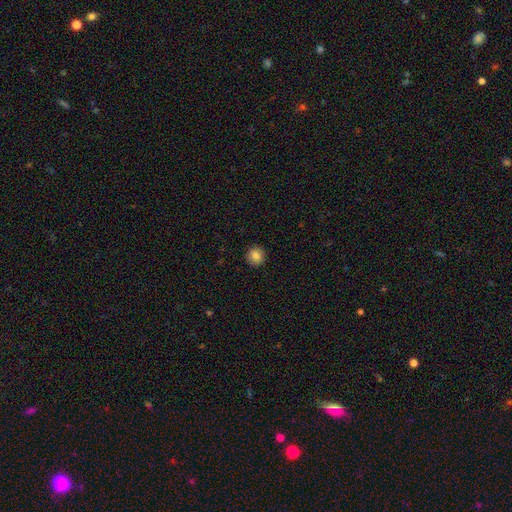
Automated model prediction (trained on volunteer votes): A smooth galaxy with no disk features (84%) that is round (95%).

Vote fractions:
- Smooth or featured? smooth: 84% / star or artifact: 9% / featured or disk: 7%
- How rounded? round: 95% / in between: 5% / cigar-shaped: 1%
- Merging? none: 93% / minor disturbance: 5% / major disturbance: 2% / merger: 1%